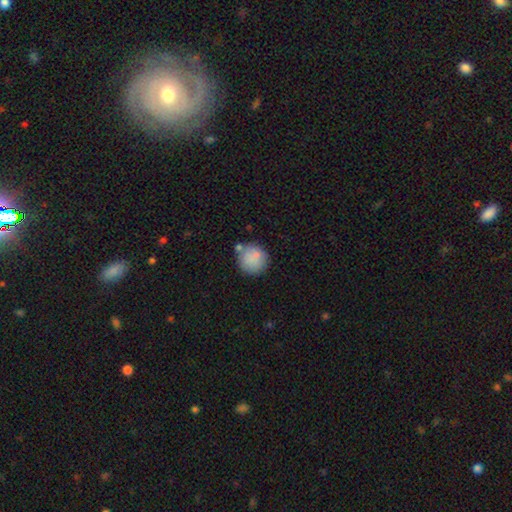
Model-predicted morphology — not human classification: A smooth galaxy with no disk features (84%) that is round (93%).

Vote fractions:
- Smooth or featured? smooth: 84% / star or artifact: 9% / featured or disk: 7%
- How rounded? round: 93% / in between: 6% / cigar-shaped: 1%
- Merging? none: 76% / minor disturbance: 13% / merger: 8% / major disturbance: 3%